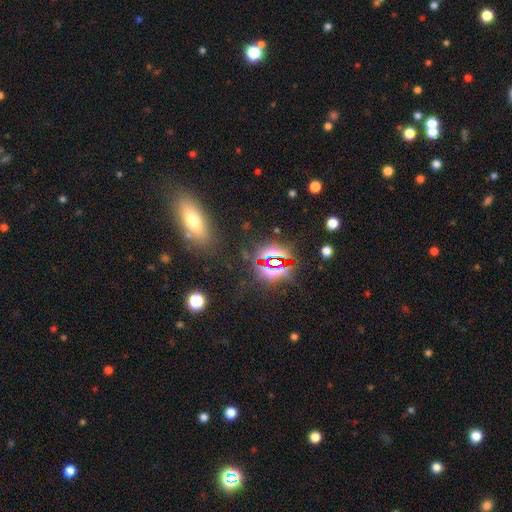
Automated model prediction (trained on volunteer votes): A star or artifact, not a galaxy (54%).